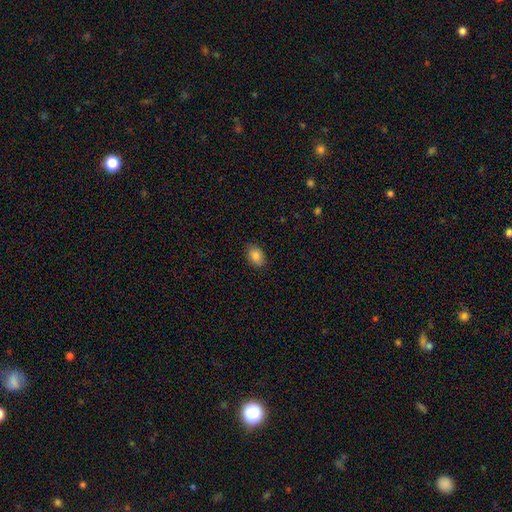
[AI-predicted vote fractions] Smooth or featured? smooth (86%)
How rounded? in between (85%)
Merging? none (86%)